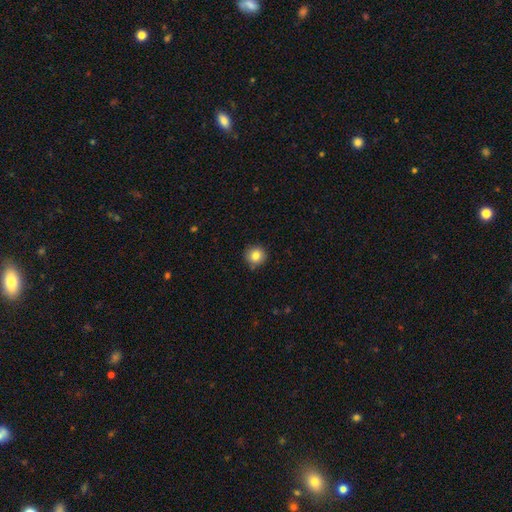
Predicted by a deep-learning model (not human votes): Smooth or featured?
  - smooth: 83% *
  - star or artifact: 10%
  - featured or disk: 7%
How rounded?
  - round: 93% *
  - in between: 6%
  - cigar-shaped: 1%
Merging?
  - none: 88% *
  - minor disturbance: 9%
  - major disturbance: 2%
  - merger: 1%